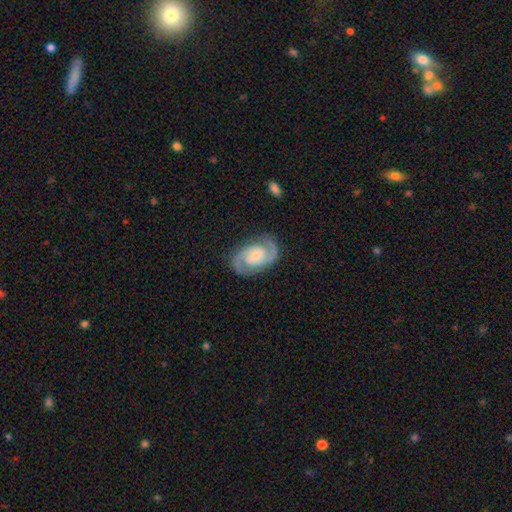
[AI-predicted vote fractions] Morphology: type=featured or disk (89%); edge-on=no (98%); bar=no (51%); spiral arms=yes (98%); winding=medium (53%); arm count=2 (93%); bulge=small (36%, tied with moderate); merging=none (84%).